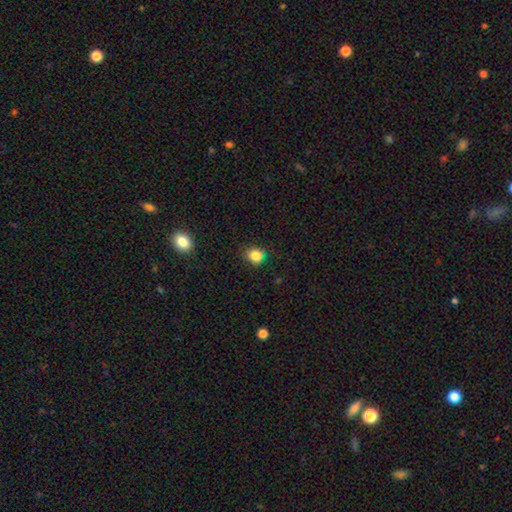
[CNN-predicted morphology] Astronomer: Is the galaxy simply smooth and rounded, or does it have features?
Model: smooth — 83%.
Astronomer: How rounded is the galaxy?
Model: round — 72%.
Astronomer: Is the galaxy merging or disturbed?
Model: none — 77%.